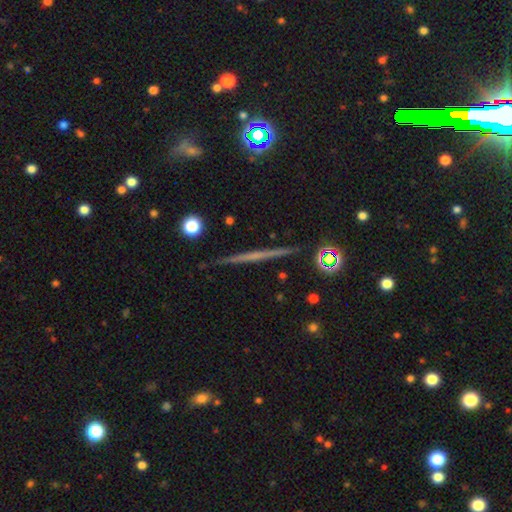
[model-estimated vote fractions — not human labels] The model was most divided on "smooth or featured": featured or disk: 64%, smooth: 27%, star or artifact: 9%. More confident: edge-on disk — yes (98%); merging — none (92%); edge-on bulge — none (77%).